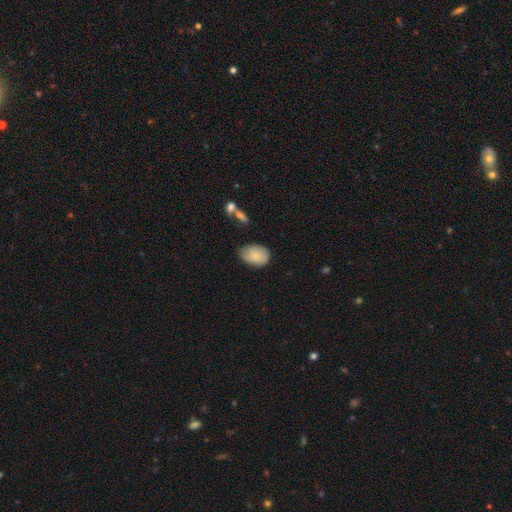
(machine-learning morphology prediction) smooth-or-featured: smooth: 80% | featured or disk: 14% | star or artifact: 7%
  how-rounded: in between: 81% | round: 18% | cigar-shaped: 1%
  merging: none: 60% | minor disturbance: 32% | major disturbance: 6% | merger: 2%